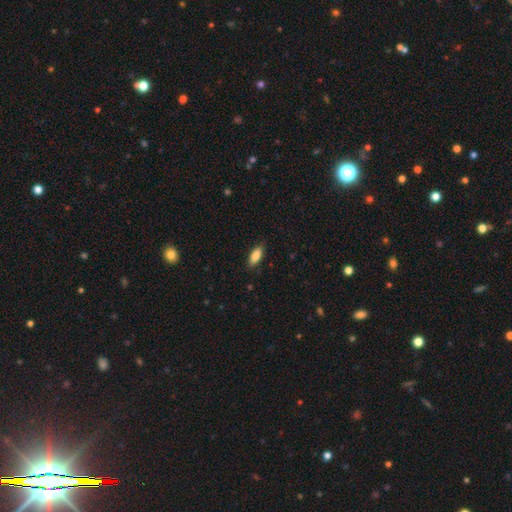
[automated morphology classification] The model was most divided on "how rounded": in between: 82%, cigar-shaped: 16%, round: 2%. More confident: merging — none (86%); smooth or featured — smooth (85%).